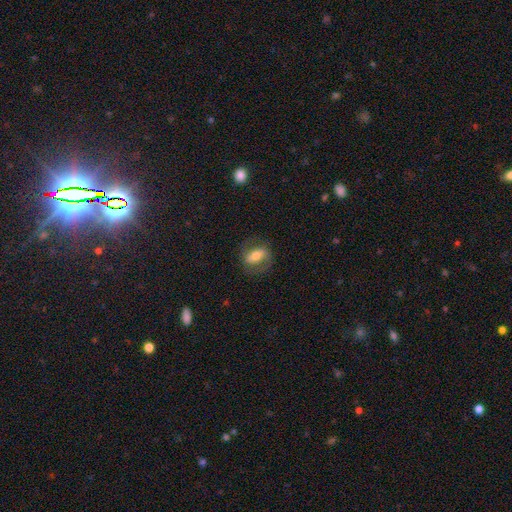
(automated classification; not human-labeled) This appears to be a smooth galaxy with no disk features (47%). Merging: none (74%).